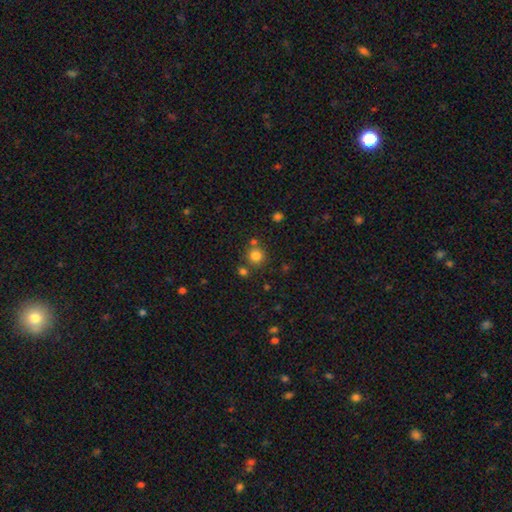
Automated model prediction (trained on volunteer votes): smooth_or_featured: smooth (p=0.80) [alt: star or artifact p=0.14]
how_rounded: round (p=0.93) [alt: in between p=0.06]
merging: none (p=0.77) [alt: merger p=0.12]